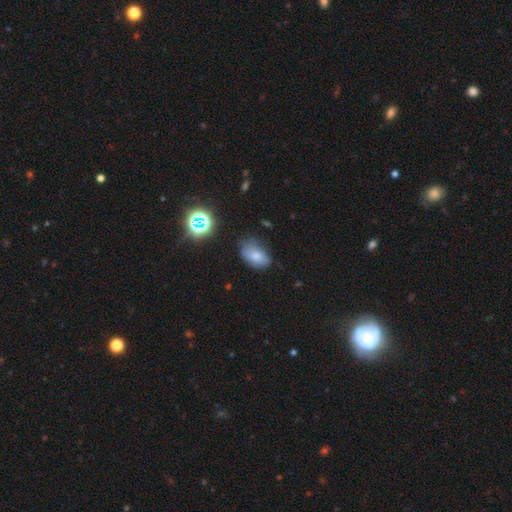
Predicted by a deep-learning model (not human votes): Overall: smooth (73%). How rounded: in between (86%). Merging: none (52%; minor disturbance 35%).